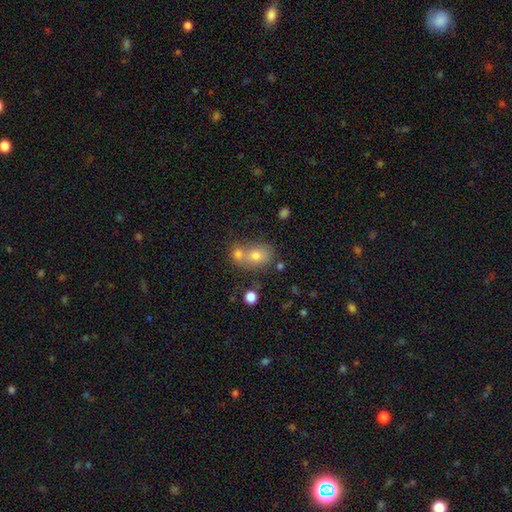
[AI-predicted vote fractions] smooth-or-featured: smooth: 70% | featured or disk: 17% | star or artifact: 13%
  how-rounded: in between: 54% | round: 45% | cigar-shaped: 1%
  merging: merger: 51% | none: 37% | minor disturbance: 9% | major disturbance: 4%